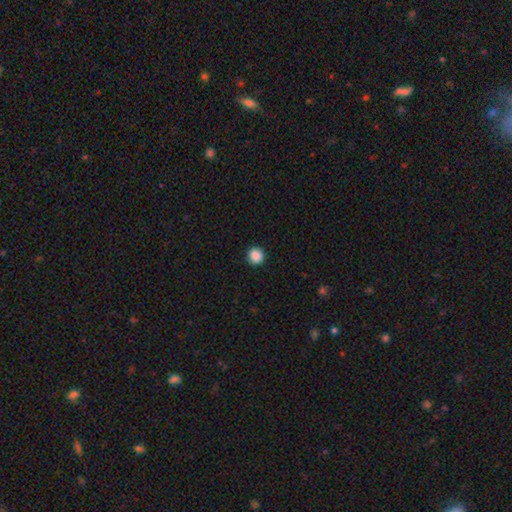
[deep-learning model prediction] Smooth or featured? Predicted: smooth (p=0.88). How rounded? Predicted: round (p=0.91). Merging? Predicted: none (p=0.91).